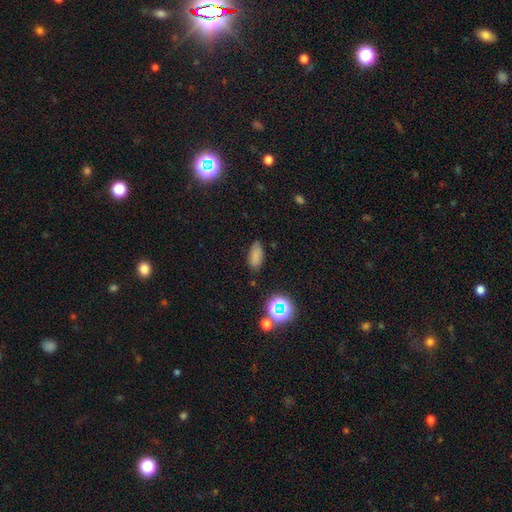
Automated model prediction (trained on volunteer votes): This is likely a smooth galaxy (77%). How rounded: clearly in between (89%). Merging: likely none (77%).